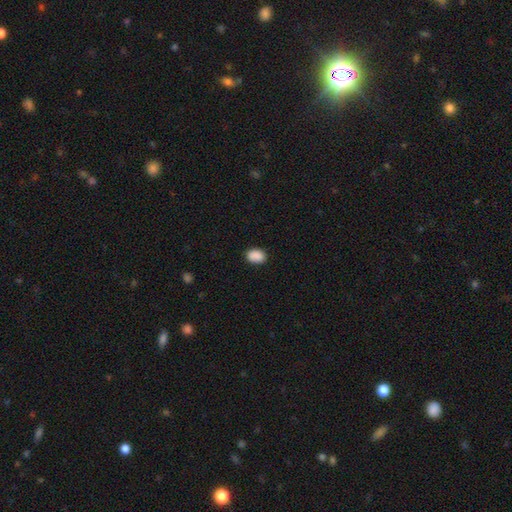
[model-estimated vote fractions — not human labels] The model was most divided on "how rounded": in between: 76%, round: 23%, cigar-shaped: 1%. More confident: smooth or featured — smooth (88%); merging — none (84%).